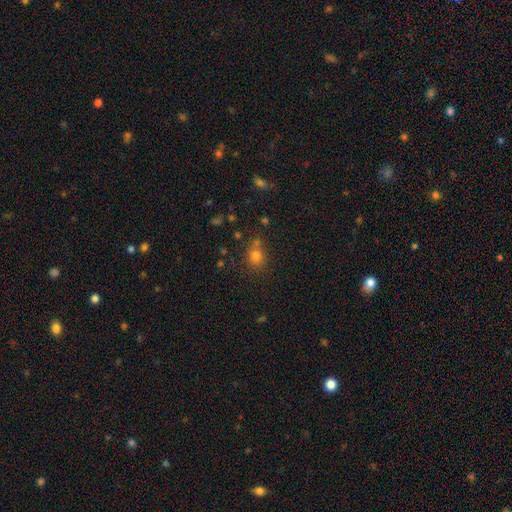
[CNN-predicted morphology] Smooth or featured? smooth (74%)
How rounded? round (69%)
Merging? none (66%)